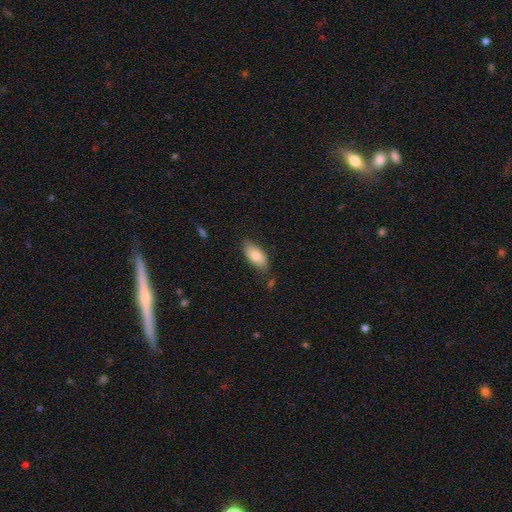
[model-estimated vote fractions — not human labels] Smooth or featured? Predicted: smooth (p=0.79). How rounded? Predicted: in between (p=0.92). Merging? Predicted: none (p=0.77).